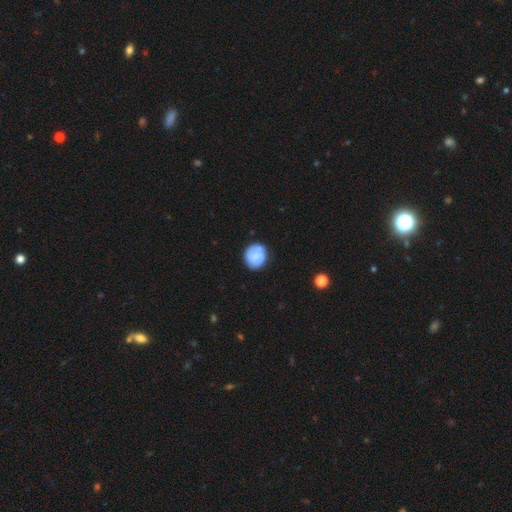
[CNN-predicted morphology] type=smooth (59%); roundness=round (84%); merging=none (80%).